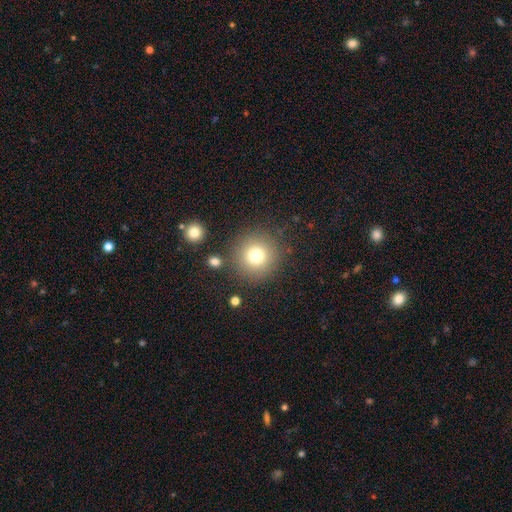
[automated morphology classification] smooth_or_featured: smooth (p=0.76) [alt: star or artifact p=0.14]
how_rounded: round (p=0.95) [alt: in between p=0.04]
merging: none (p=0.85) [alt: minor disturbance p=0.08]